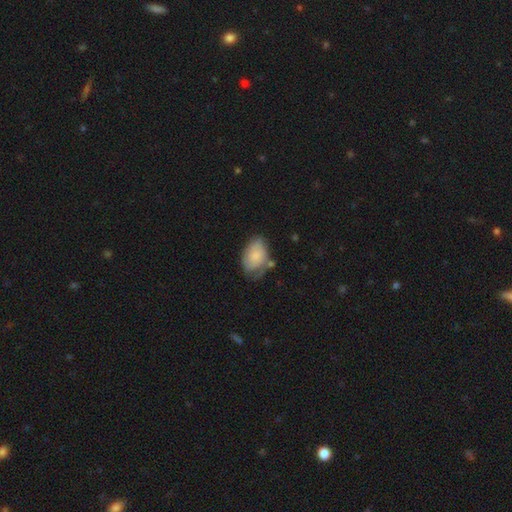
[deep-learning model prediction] This appears to be a smooth galaxy with no disk features (71%) that is in between round and cigar-shaped (88%). Merging: none (46%).